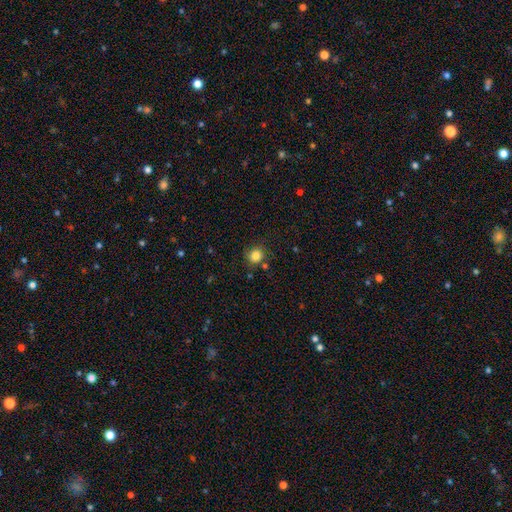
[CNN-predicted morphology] Smooth or featured?
  - smooth: 84% *
  - star or artifact: 11%
  - featured or disk: 5%
How rounded?
  - round: 85% *
  - in between: 14%
  - cigar-shaped: 1%
Merging?
  - none: 79% *
  - minor disturbance: 12%
  - merger: 5%
  - major disturbance: 4%